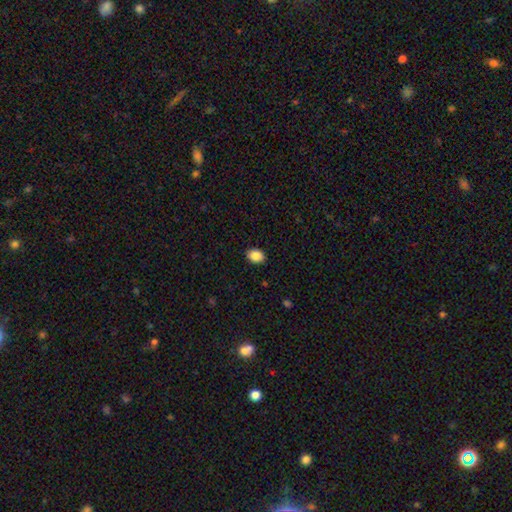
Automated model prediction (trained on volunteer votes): Q: Smooth or featured?
A: smooth (88%); runner-up: star or artifact (8%)
Q: How rounded?
A: in between (73%); runner-up: round (26%)
Q: Merging?
A: none (89%); runner-up: minor disturbance (8%)